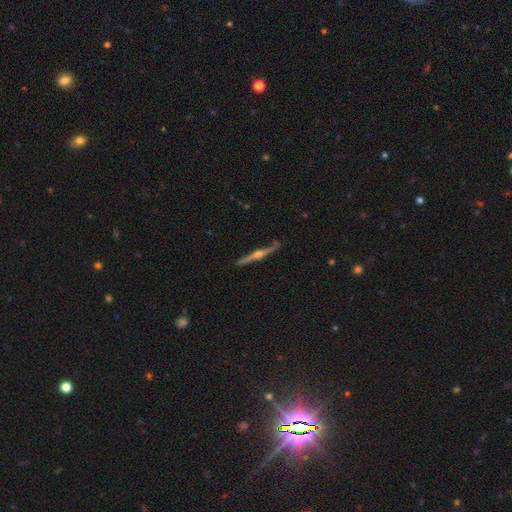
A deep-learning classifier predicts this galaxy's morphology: Smooth or featured: featured or disk — 82% (smooth — 12%)
Edge-on disk: yes — 97% (no — 3%)
Edge-on bulge: rounded — 89% (none — 6%)
Merging: none — 86% (minor disturbance — 10%)